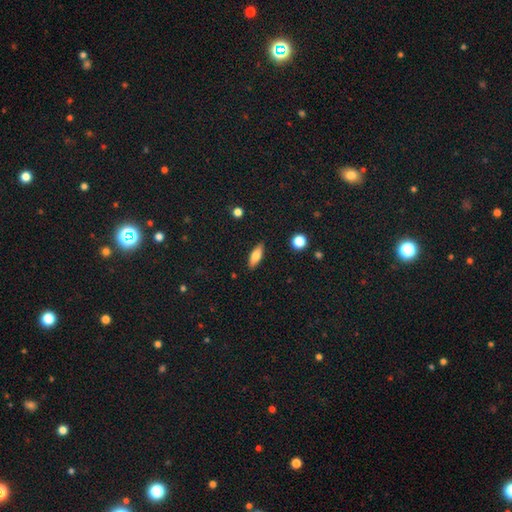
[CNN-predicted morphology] A smooth galaxy with no disk features (73%) that is in between round and cigar-shaped (62%). Merging: none (87%).